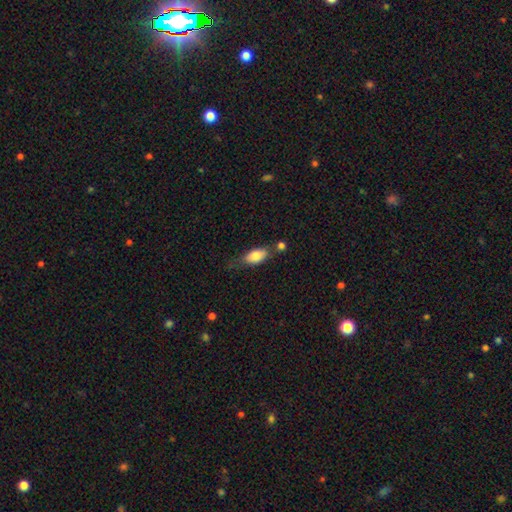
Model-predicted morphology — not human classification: Q: Smooth or featured?
A: smooth (79%); runner-up: featured or disk (14%)
Q: How rounded?
A: in between (85%); runner-up: cigar-shaped (10%)
Q: Merging?
A: none (51%); runner-up: minor disturbance (25%)